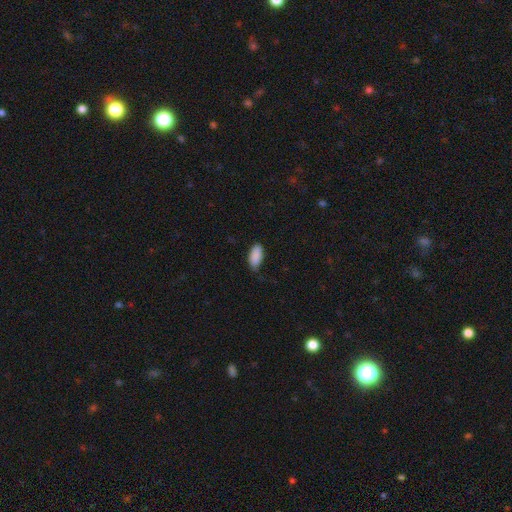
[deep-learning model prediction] Smooth or featured?
  - smooth: 90% *
  - star or artifact: 7%
  - featured or disk: 4%
How rounded?
  - in between: 93% *
  - cigar-shaped: 5%
  - round: 2%
Merging?
  - none: 68% *
  - minor disturbance: 27%
  - major disturbance: 4%
  - merger: 1%